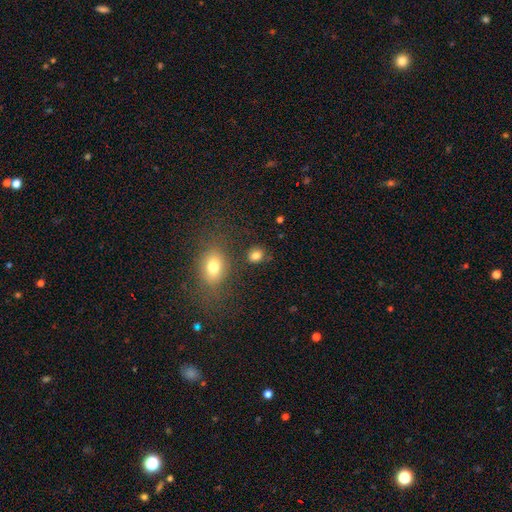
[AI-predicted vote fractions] Q: Smooth or featured?
A: smooth (82%); runner-up: star or artifact (12%)
Q: How rounded?
A: round (69%); runner-up: in between (30%)
Q: Merging?
A: none (80%); runner-up: minor disturbance (10%)